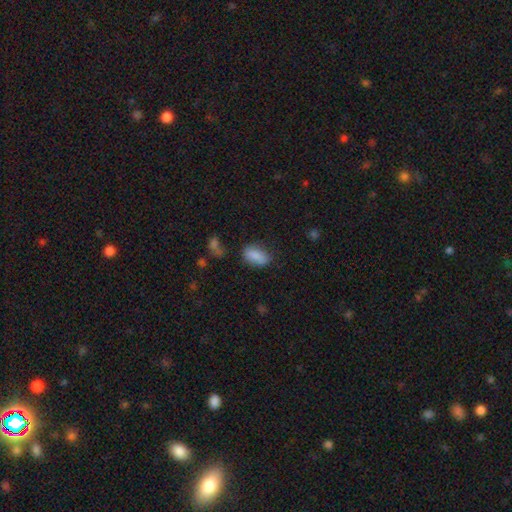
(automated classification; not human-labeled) smooth_or_featured: smooth (p=0.84) [alt: star or artifact p=0.08]
how_rounded: in between (p=0.89) [alt: round p=0.06]
merging: none (p=0.70) [alt: minor disturbance p=0.21]